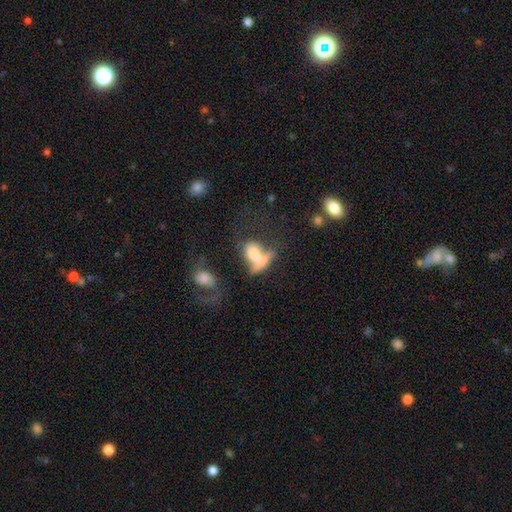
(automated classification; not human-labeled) Morphology: type=smooth (60%); roundness=in between (73%); merging=merger (51%).